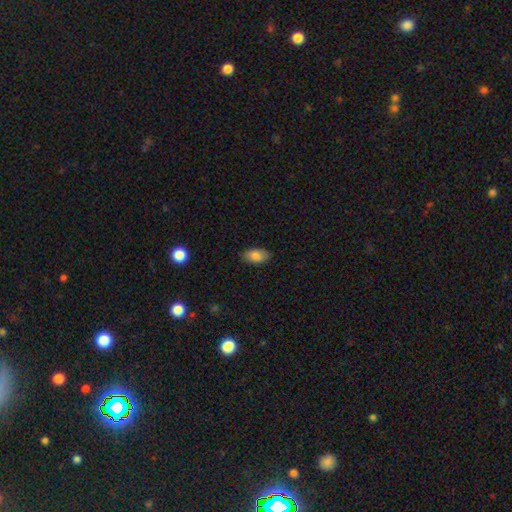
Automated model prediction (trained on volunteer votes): smooth 81%, featured or disk 11%, star or artifact 7%. Down the decision tree: how rounded — in between (93%); merging — none (84%).